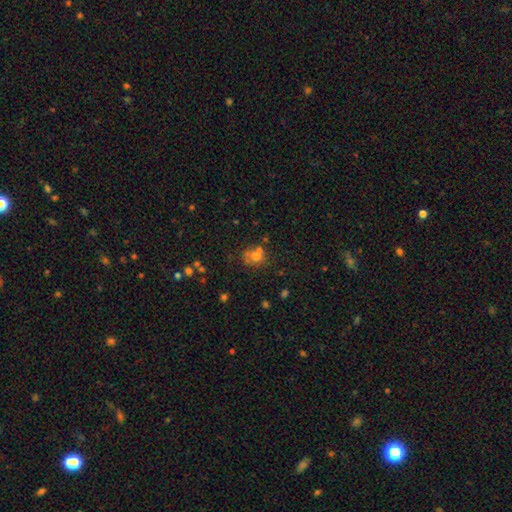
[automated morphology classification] smooth-or-featured: smooth: 63% | star or artifact: 18% | featured or disk: 18%
  how-rounded: round: 70% | in between: 29% | cigar-shaped: 1%
  merging: none: 51% | merger: 26% | minor disturbance: 15% | major disturbance: 8%